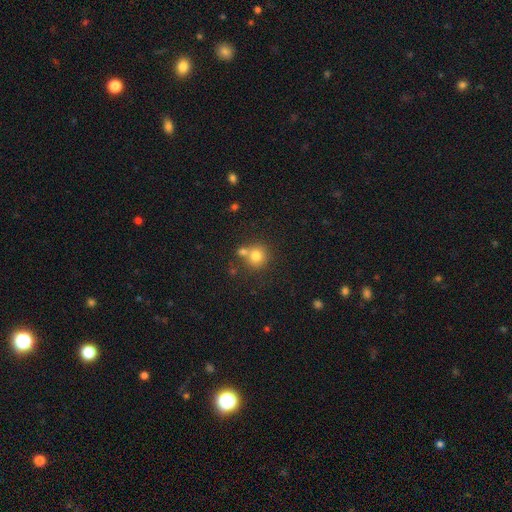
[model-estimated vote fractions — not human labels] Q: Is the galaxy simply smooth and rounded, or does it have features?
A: smooth — 77%.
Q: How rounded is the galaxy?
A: round — 88%.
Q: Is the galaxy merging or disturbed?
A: none — 57%.